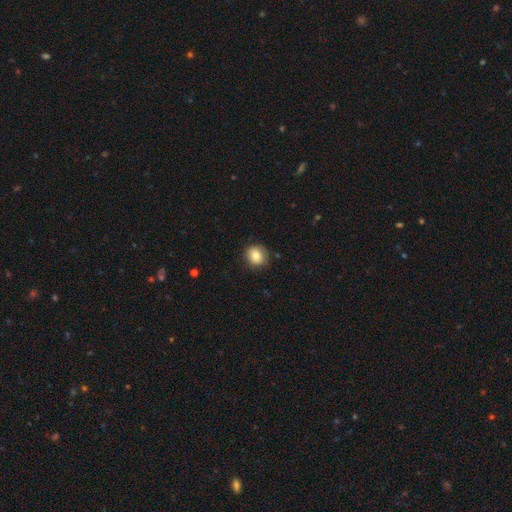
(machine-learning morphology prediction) Q: Smooth or featured?
A: smooth (82%); runner-up: star or artifact (9%)
Q: How rounded?
A: round (82%); runner-up: in between (17%)
Q: Merging?
A: none (86%); runner-up: minor disturbance (11%)